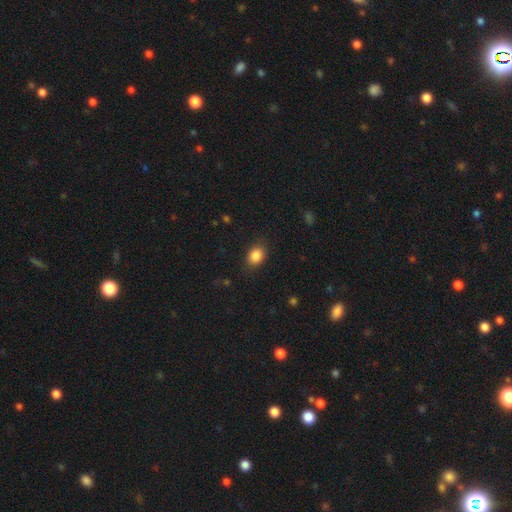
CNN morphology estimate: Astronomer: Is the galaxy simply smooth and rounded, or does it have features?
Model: smooth — 86%.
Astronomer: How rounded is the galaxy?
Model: in between — 62% (runner-up: round, 37%).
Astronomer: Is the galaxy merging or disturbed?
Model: none — 83%.